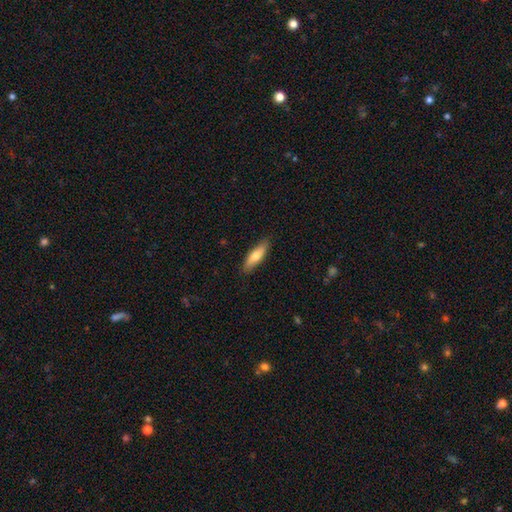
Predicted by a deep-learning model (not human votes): Morphology: type=smooth (69%); roundness=cigar-shaped (54%); merging=none (88%).